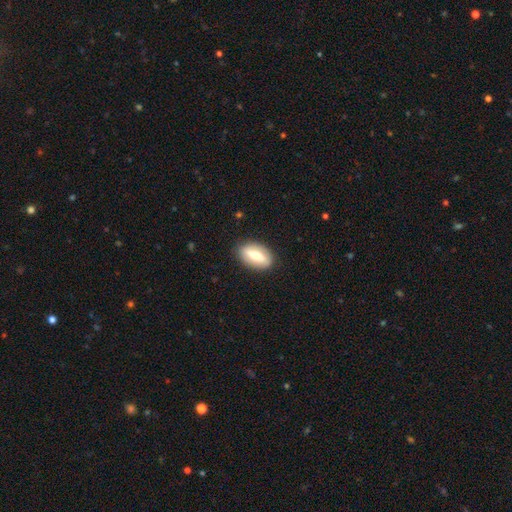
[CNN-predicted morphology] Smooth or featured? Predicted: smooth (p=0.55). How rounded? Predicted: in between (p=0.88). Merging? Predicted: none (p=0.86).